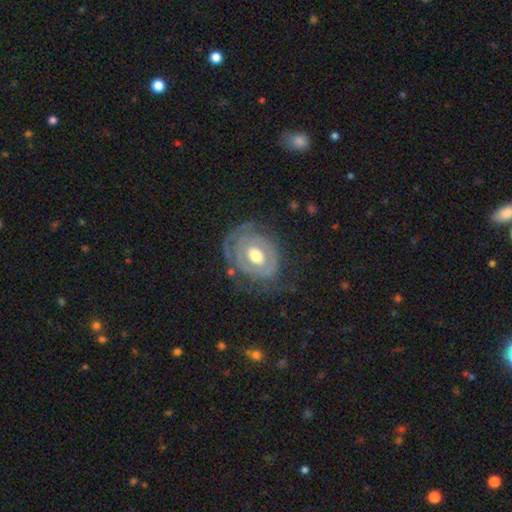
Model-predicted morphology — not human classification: Smooth or featured? Predicted: featured or disk (p=0.73). Edge-on disk? Predicted: no (p=0.96). Bar? Predicted: no (p=0.73). Spiral arms? Predicted: yes (p=0.57). Bulge size? Predicted: moderate (p=0.68). Merging? Predicted: none (p=0.61).